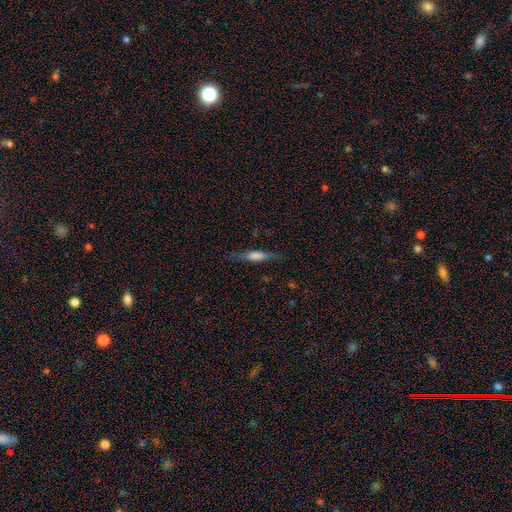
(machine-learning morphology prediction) This is possibly a featured or disk galaxy (47%). Merging: likely none (80%).